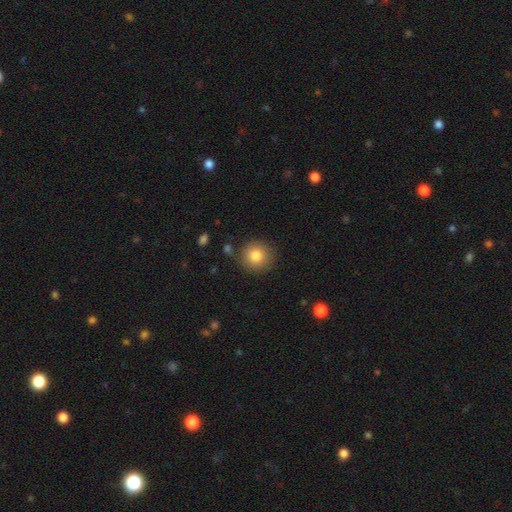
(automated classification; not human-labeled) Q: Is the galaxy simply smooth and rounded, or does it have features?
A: smooth — 83%.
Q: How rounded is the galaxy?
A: round — 93%.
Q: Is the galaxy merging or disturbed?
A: none — 86%.